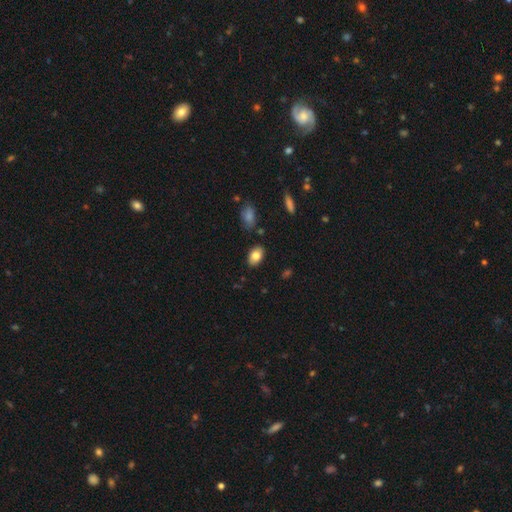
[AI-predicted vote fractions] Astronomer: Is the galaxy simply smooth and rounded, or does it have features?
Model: smooth — 81%.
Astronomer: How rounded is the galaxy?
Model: in between — 90%.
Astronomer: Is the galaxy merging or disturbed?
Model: none — 86%.